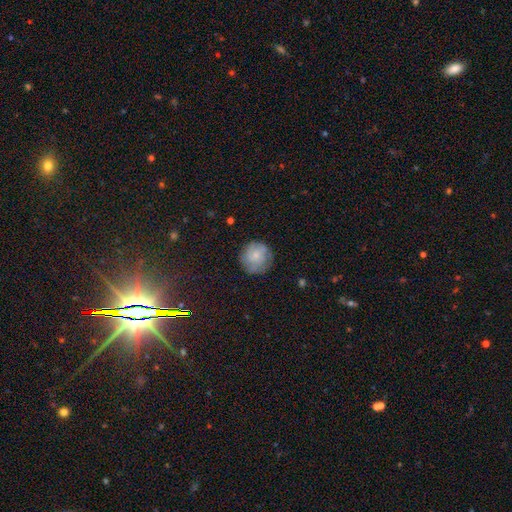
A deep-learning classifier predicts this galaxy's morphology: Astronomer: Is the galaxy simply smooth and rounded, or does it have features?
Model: smooth — 59%.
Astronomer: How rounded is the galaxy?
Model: round — 91%.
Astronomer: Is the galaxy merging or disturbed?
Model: none — 76%.